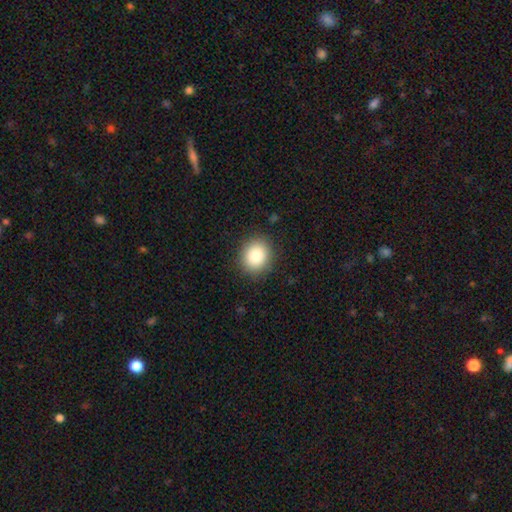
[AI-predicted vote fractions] This appears to be a smooth galaxy with no disk features (85%) that is round (69%). Merging: none (88%).